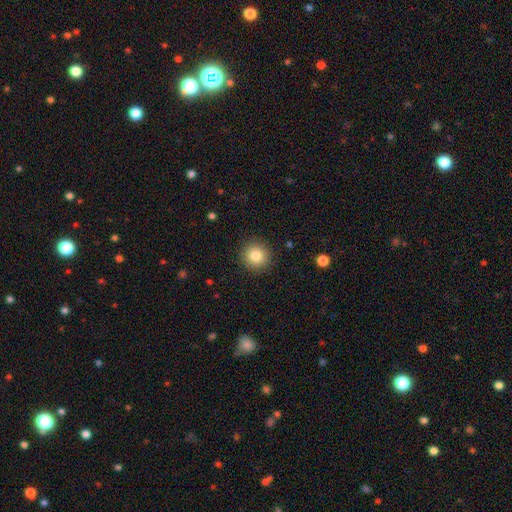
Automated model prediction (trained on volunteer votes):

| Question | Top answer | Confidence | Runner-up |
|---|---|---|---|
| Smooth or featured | smooth | 83% | star or artifact (10%) |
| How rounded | round | 93% | in between (6%) |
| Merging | none | 90% | minor disturbance (6%) |